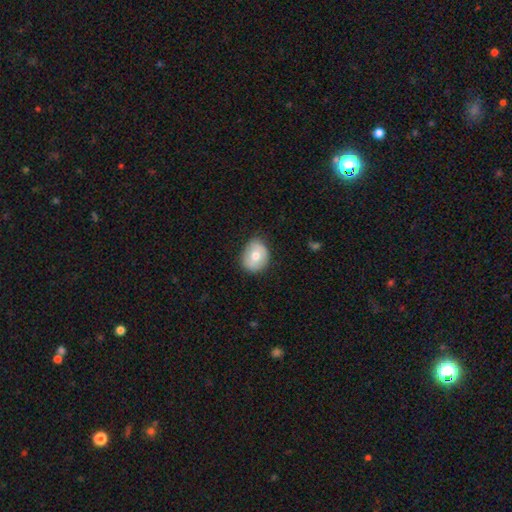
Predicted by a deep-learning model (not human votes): A smooth galaxy with no disk features (65%) that is round (61%).

Vote fractions:
- Smooth or featured? smooth: 65% / featured or disk: 28% / star or artifact: 7%
- How rounded? round: 61% / in between: 38% / cigar-shaped: 1%
- Merging? none: 75% / minor disturbance: 20% / major disturbance: 4% / merger: 1%